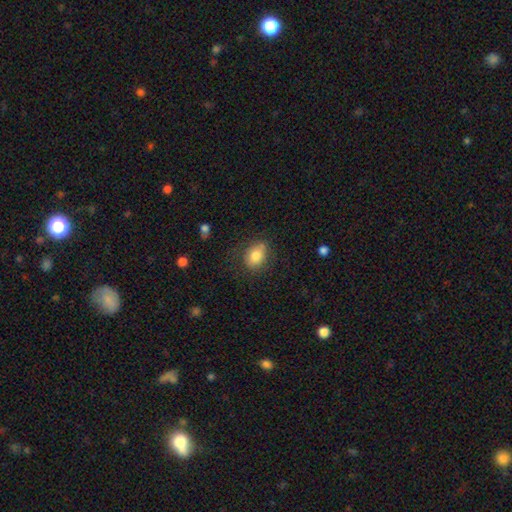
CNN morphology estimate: The model was most divided on "how rounded": in between: 64%, round: 34%, cigar-shaped: 1%. More confident: smooth or featured — smooth (82%); merging — none (70%).